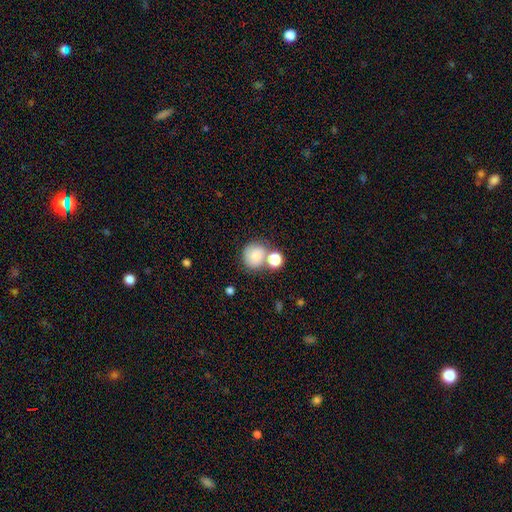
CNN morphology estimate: smooth 78%, featured or disk 12%, star or artifact 10%. Down the decision tree: how rounded — round (83%); merging — none (50%).